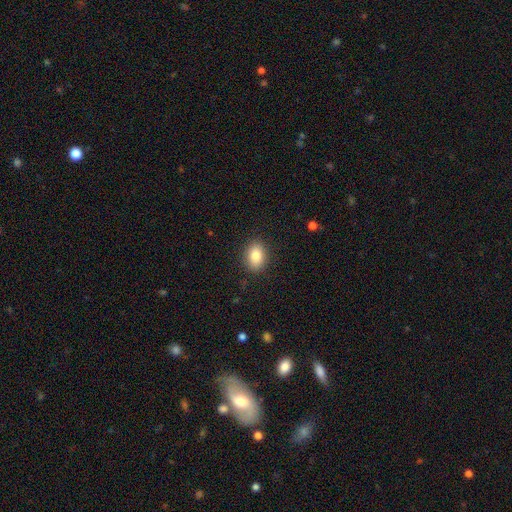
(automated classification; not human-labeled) Overall: smooth (84%). How rounded: in between (76%). Merging: none (88%).